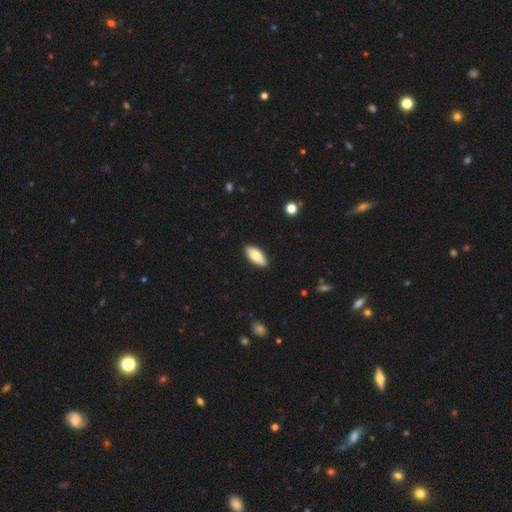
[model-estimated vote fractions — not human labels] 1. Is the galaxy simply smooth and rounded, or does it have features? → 77% smooth, 18% featured or disk, 6% star or artifact.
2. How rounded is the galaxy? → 82% in between, 16% cigar-shaped, 2% round.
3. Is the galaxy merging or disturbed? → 89% none, 8% minor disturbance, 2% major disturbance, 1% merger.